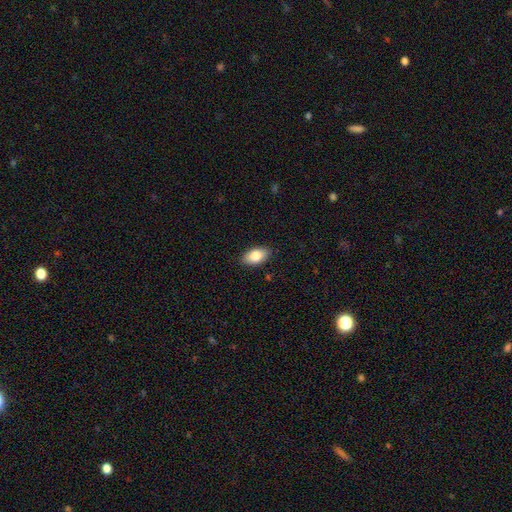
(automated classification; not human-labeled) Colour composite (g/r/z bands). It shows a smooth galaxy with no disk features (83%) that is in between round and cigar-shaped (93%). Merging: none (88%).